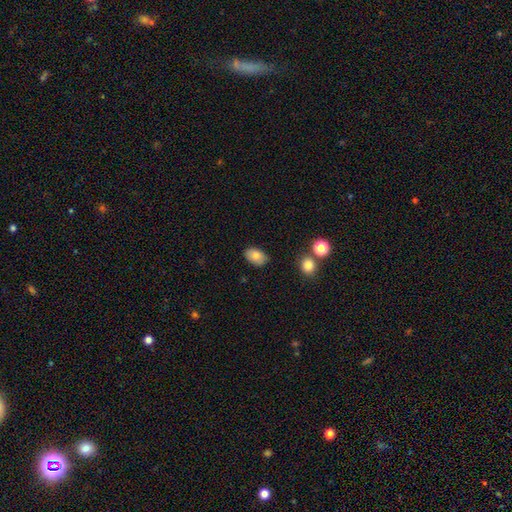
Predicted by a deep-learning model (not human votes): A smooth galaxy with no disk features (81%) that is in between round and cigar-shaped (87%). Merging: none (83%).